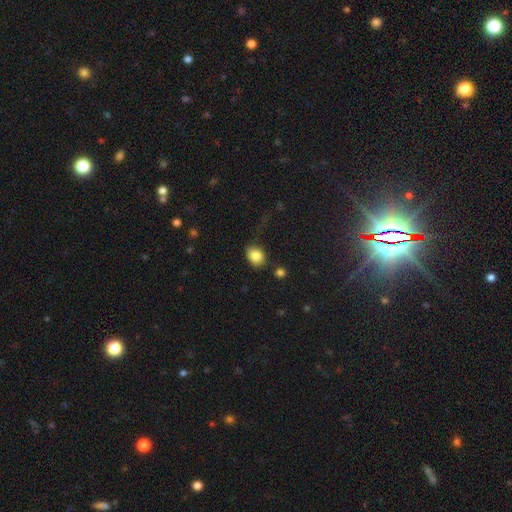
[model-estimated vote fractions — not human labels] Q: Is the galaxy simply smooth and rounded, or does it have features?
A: smooth — 84%.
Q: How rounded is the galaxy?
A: in between — 53%.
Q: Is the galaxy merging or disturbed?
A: none — 75%.